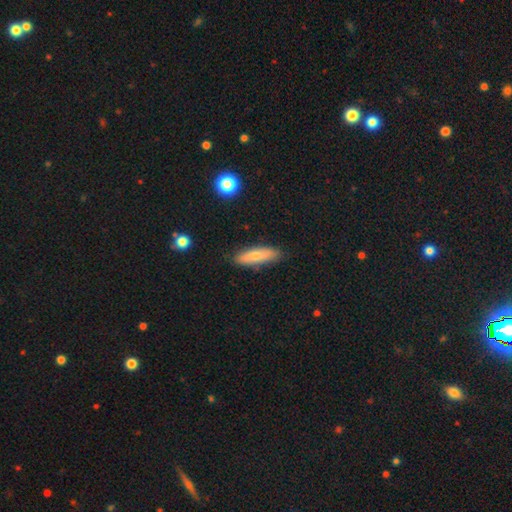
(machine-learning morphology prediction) A smooth galaxy with no disk features (70%) that is cigar-shaped (58%).

Vote fractions:
- Smooth or featured? smooth: 70% / featured or disk: 23% / star or artifact: 7%
- How rounded? cigar-shaped: 58% / in between: 40% / round: 2%
- Merging? none: 83% / minor disturbance: 13% / major disturbance: 2% / merger: 2%